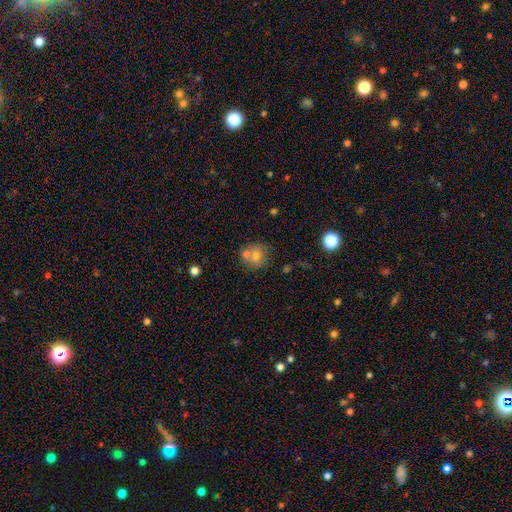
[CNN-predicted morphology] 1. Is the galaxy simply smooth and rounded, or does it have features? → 69% smooth, 17% featured or disk, 15% star or artifact.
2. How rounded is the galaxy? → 84% round, 15% in between, 1% cigar-shaped.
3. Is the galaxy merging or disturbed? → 57% none, 30% merger, 10% minor disturbance, 4% major disturbance.